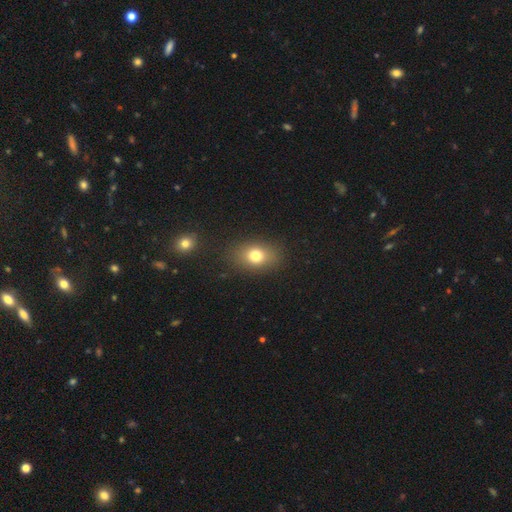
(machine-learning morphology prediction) type=smooth (76%); roundness=in between (62%); merging=none (83%).